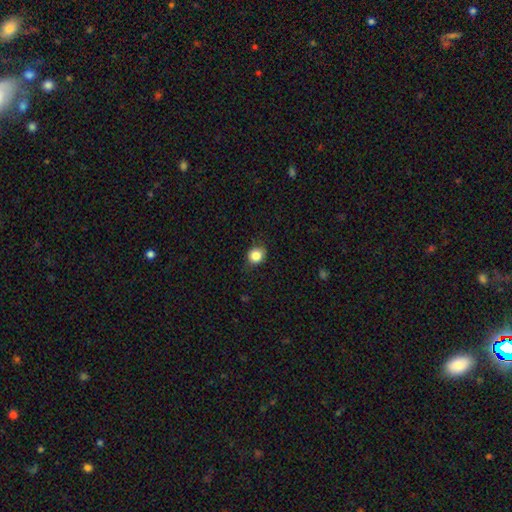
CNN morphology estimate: A smooth galaxy with no disk features (84%) that is round (72%). Merging: none (79%).